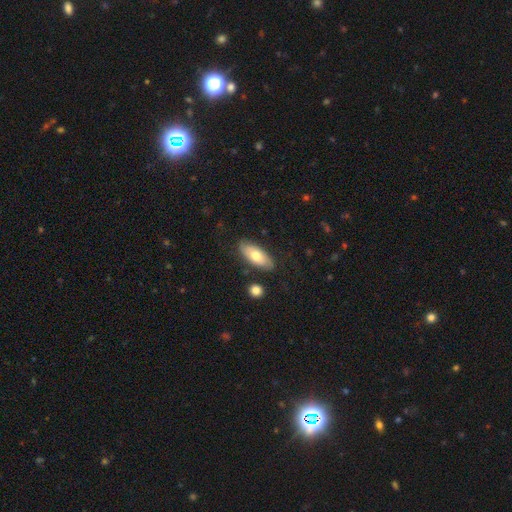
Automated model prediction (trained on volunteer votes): Smooth or featured?
  - smooth: 65% *
  - featured or disk: 29%
  - star or artifact: 6%
How rounded?
  - in between: 84% *
  - cigar-shaped: 13%
  - round: 3%
Merging?
  - none: 81% *
  - minor disturbance: 13%
  - major disturbance: 3%
  - merger: 3%